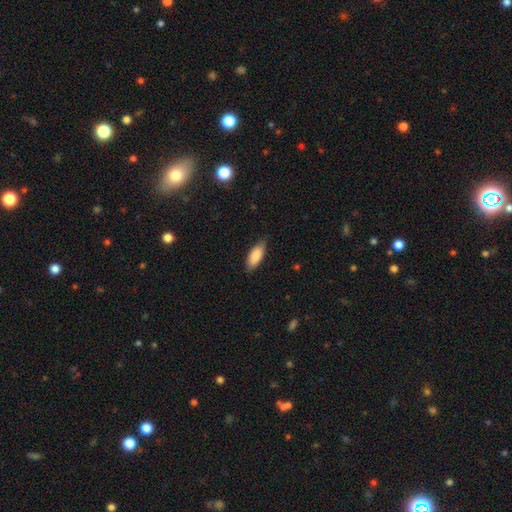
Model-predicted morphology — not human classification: Smooth or featured? smooth (86%)
How rounded? in between (80%)
Merging? none (82%)